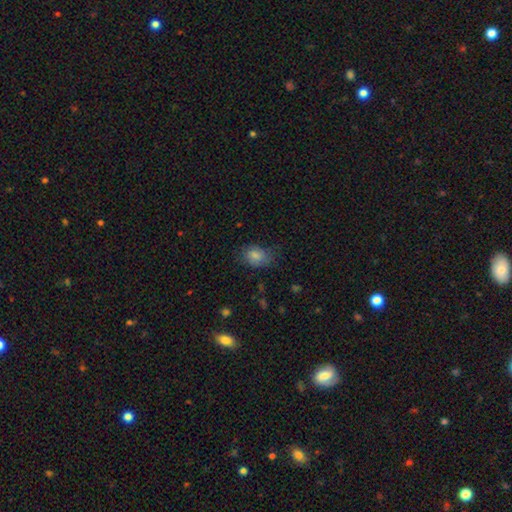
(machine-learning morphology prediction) The model was most divided on "merging": none: 65%, minor disturbance: 26%, major disturbance: 8%, merger: 1%. More confident: smooth or featured — smooth (83%); how rounded — in between (75%).